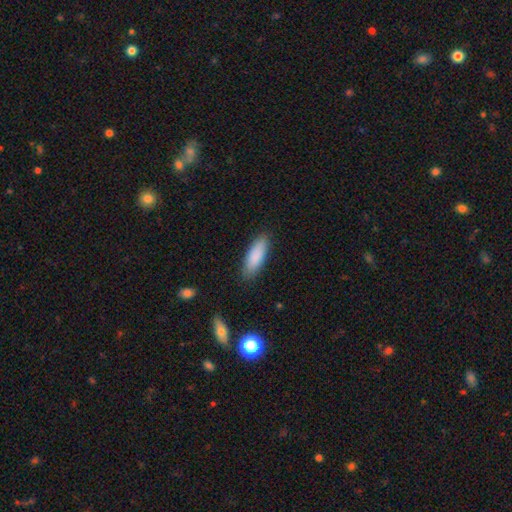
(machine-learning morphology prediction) A smooth galaxy with no disk features (87%) that is in between round and cigar-shaped (60%).

Vote fractions:
- Smooth or featured? smooth: 87% / featured or disk: 7% / star or artifact: 6%
- How rounded? in between: 60% / cigar-shaped: 38% / round: 2%
- Merging? none: 87% / minor disturbance: 10% / major disturbance: 2% / merger: 1%